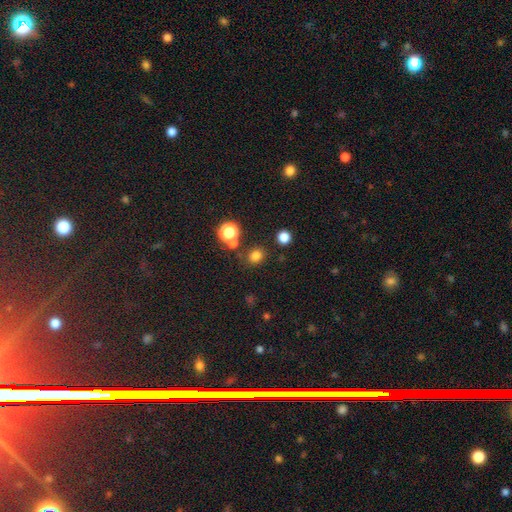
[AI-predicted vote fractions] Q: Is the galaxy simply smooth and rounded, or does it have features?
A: smooth — 77%.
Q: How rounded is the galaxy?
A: round — 71%.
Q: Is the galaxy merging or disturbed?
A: none — 80%.